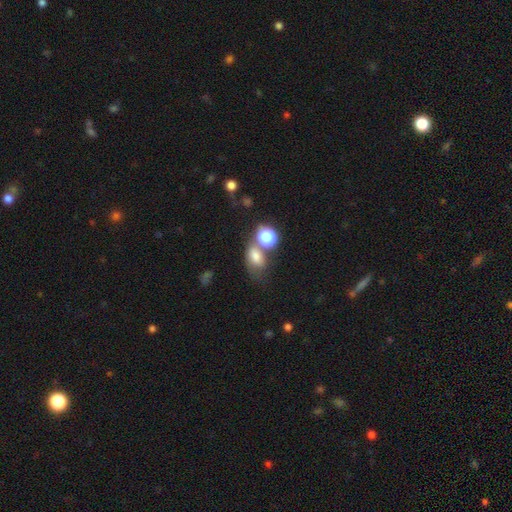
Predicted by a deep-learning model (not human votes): smooth-or-featured: smooth: 71% | star or artifact: 16% | featured or disk: 13%
  how-rounded: in between: 73% | round: 25% | cigar-shaped: 2%
  merging: none: 38% | merger: 30% | minor disturbance: 19% | major disturbance: 13%